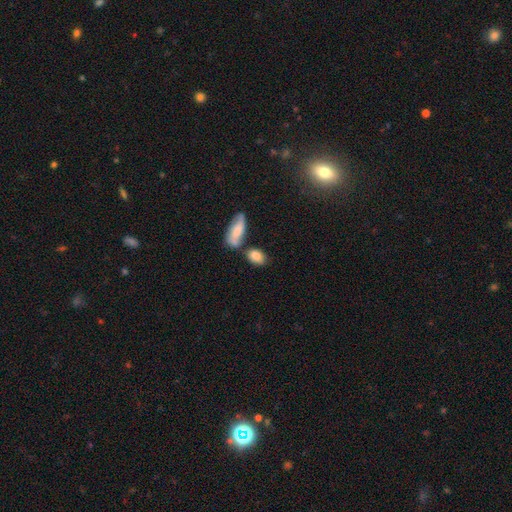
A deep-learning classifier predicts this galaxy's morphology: Smooth or featured? smooth (81%)
How rounded? in between (84%)
Merging? none (54%)